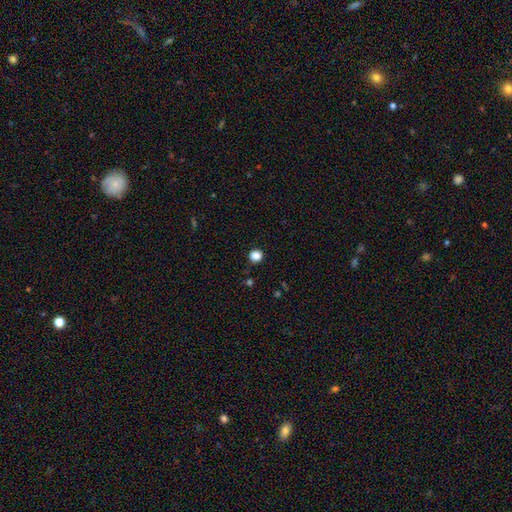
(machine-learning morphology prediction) A smooth galaxy with no disk features (84%) that is round (90%).

Vote fractions:
- Smooth or featured? smooth: 84% / star or artifact: 13% / featured or disk: 3%
- How rounded? round: 90% / in between: 9% / cigar-shaped: 1%
- Merging? none: 91% / minor disturbance: 6% / major disturbance: 2% / merger: 1%